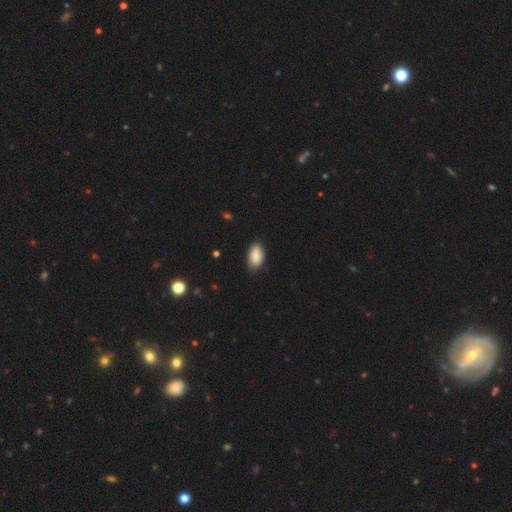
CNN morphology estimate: type=smooth (89%); roundness=in between (94%); merging=none (81%).